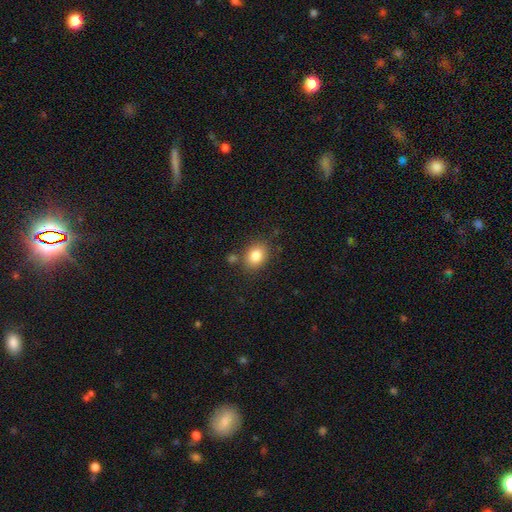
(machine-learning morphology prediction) Overall: smooth (83%). How rounded: in between (56%; round 43%). Merging: none (78%).